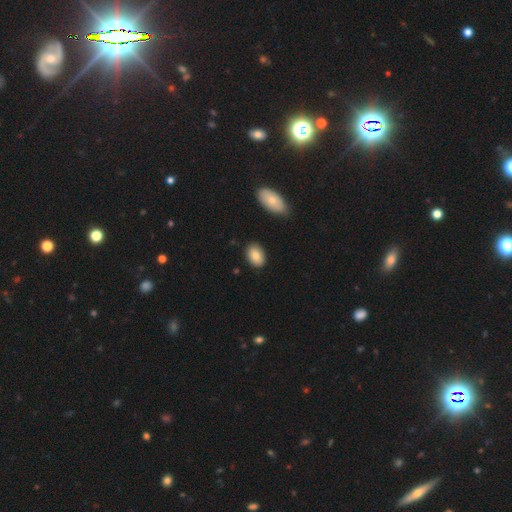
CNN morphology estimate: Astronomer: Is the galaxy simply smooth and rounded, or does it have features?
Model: smooth — 83%.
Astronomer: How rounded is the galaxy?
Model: in between — 86%.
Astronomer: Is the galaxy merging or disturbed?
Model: none — 84%.